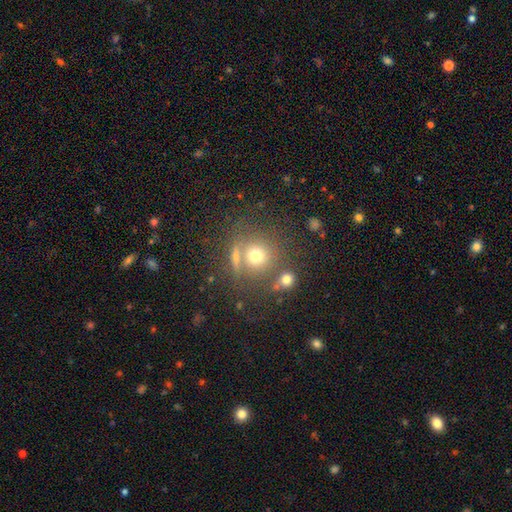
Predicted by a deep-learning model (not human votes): Smooth or featured?
  - smooth: 68% *
  - featured or disk: 17%
  - star or artifact: 16%
How rounded?
  - round: 89% *
  - in between: 10%
  - cigar-shaped: 1%
Merging?
  - none: 63% *
  - merger: 21%
  - minor disturbance: 11%
  - major disturbance: 6%